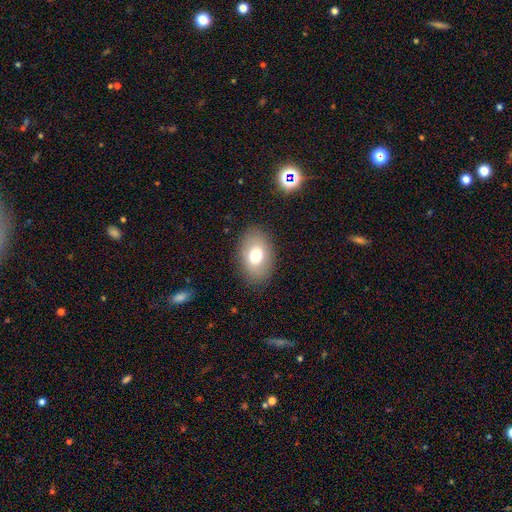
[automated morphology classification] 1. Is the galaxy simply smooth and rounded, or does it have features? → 71% smooth, 20% featured or disk, 9% star or artifact.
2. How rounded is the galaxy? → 85% in between, 14% round, 1% cigar-shaped.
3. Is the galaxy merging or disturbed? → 85% none, 10% minor disturbance, 4% major disturbance, 1% merger.